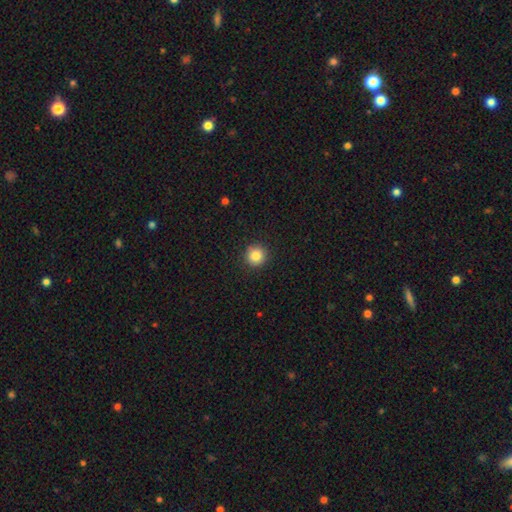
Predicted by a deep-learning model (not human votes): This is clearly a smooth galaxy (85%). How rounded: clearly round (95%). Merging: clearly none (92%).